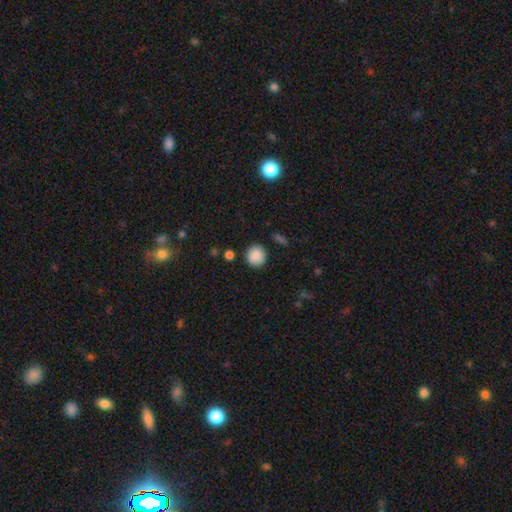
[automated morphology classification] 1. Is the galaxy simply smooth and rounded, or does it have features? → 88% smooth, 8% star or artifact, 3% featured or disk.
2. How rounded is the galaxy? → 88% round, 11% in between, 1% cigar-shaped.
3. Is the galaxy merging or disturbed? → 87% none, 8% minor disturbance, 2% major disturbance, 2% merger.